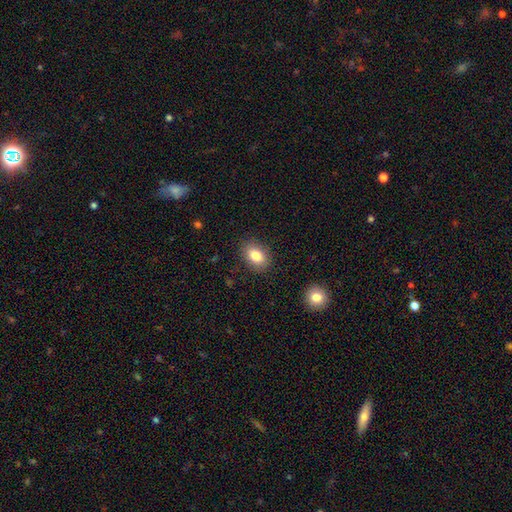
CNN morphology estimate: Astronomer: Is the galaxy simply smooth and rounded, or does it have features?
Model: smooth — 84%.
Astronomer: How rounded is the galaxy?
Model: in between — 82%.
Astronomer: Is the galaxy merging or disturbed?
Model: none — 87%.